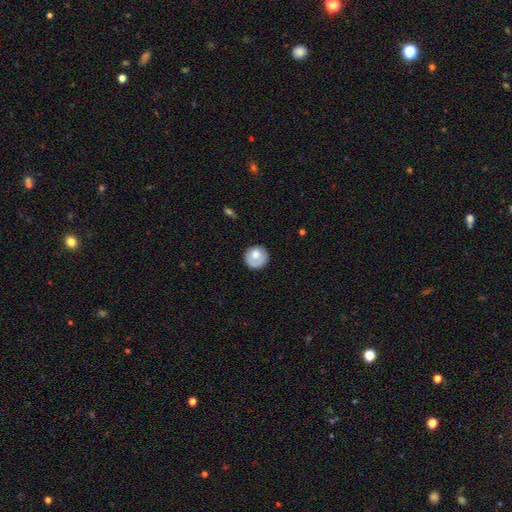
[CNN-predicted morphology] The model was most divided on "smooth or featured": smooth: 69%, featured or disk: 25%, star or artifact: 7%. More confident: how rounded — round (89%); merging — none (73%).